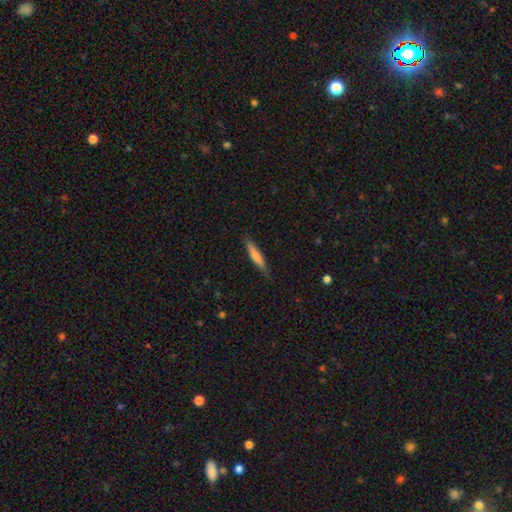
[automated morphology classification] Smooth or featured? Predicted: smooth (p=0.58). How rounded? Predicted: cigar-shaped (p=0.92). Merging? Predicted: none (p=0.88).